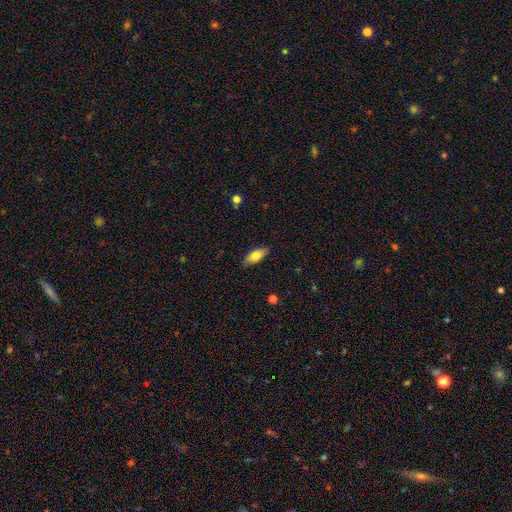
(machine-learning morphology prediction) Smooth or featured?
  - smooth: 78% *
  - featured or disk: 15%
  - star or artifact: 7%
How rounded?
  - in between: 86% *
  - cigar-shaped: 11%
  - round: 3%
Merging?
  - none: 86% *
  - minor disturbance: 11%
  - major disturbance: 2%
  - merger: 1%